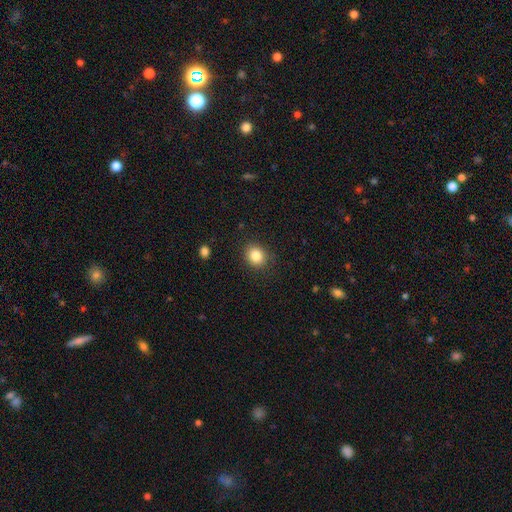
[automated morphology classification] This appears to be a smooth galaxy with no disk features (84%) that is round (72%). Merging: none (87%).